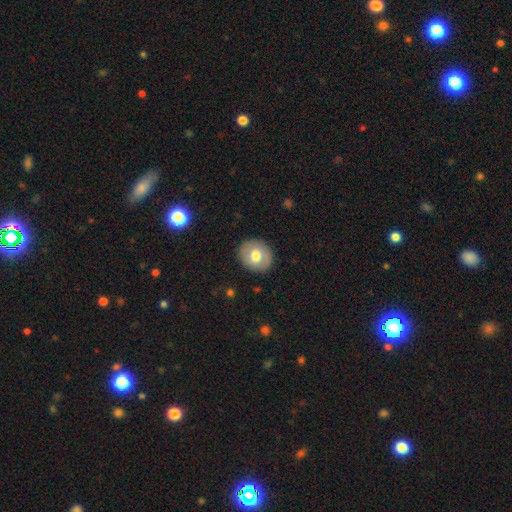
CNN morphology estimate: type=smooth (69%); roundness=round (70%); merging=none (89%).